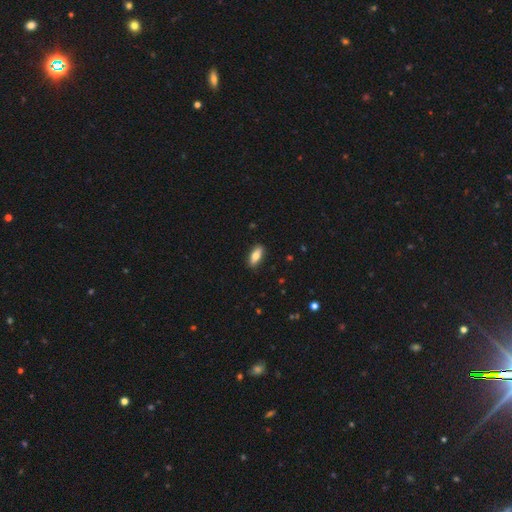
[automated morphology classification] This is likely a smooth galaxy (77%). How rounded: likely in between (76%). Merging: clearly none (89%).